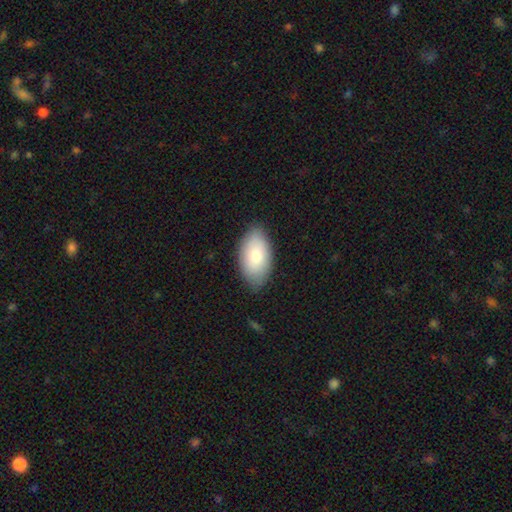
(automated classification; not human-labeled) Q: Smooth or featured?
A: smooth (77%); runner-up: featured or disk (17%)
Q: How rounded?
A: in between (94%); runner-up: round (4%)
Q: Merging?
A: none (80%); runner-up: minor disturbance (16%)